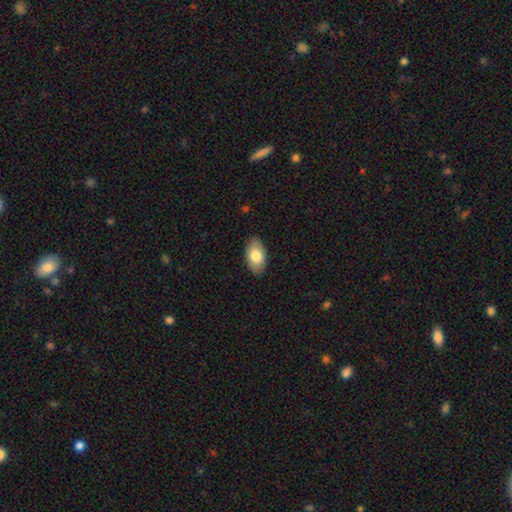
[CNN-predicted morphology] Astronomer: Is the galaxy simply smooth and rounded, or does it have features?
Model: smooth — 78%.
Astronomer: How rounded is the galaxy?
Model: in between — 94%.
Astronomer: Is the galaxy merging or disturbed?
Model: none — 87%.